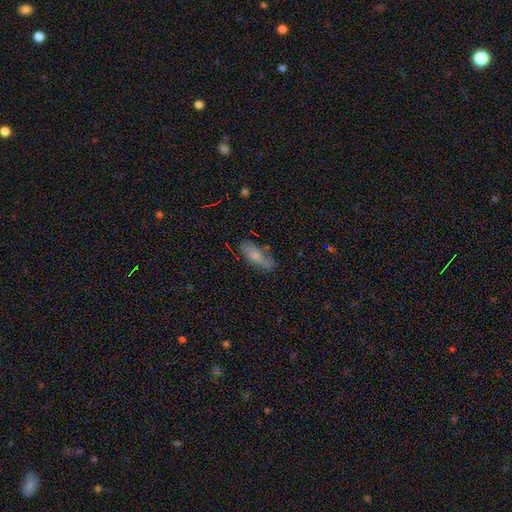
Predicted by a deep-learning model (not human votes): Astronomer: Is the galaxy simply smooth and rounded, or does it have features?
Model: smooth — 63%.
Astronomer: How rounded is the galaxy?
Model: in between — 78%.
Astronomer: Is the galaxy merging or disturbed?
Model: none — 69%.